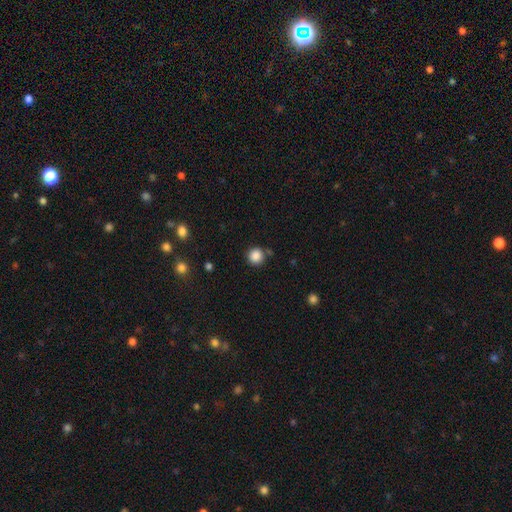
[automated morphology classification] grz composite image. It shows a smooth galaxy with no disk features (86%) that is round (93%). Merging: none (81%).